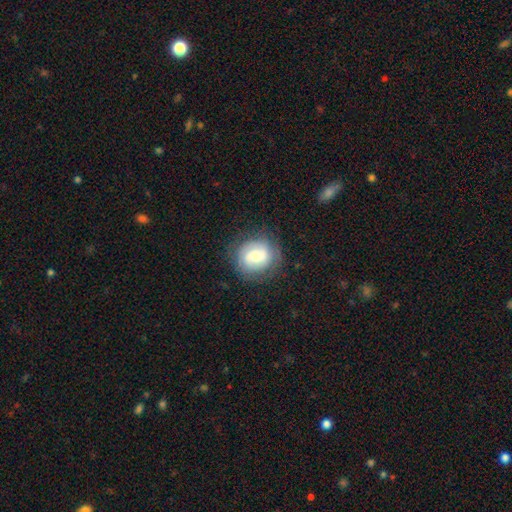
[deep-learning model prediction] A smooth galaxy with no disk features (55%) that is round (79%).

Vote fractions:
- Smooth or featured? smooth: 55% / featured or disk: 36% / star or artifact: 9%
- How rounded? round: 79% / in between: 20% / cigar-shaped: 1%
- Merging? none: 77% / minor disturbance: 15% / major disturbance: 7% / merger: 1%